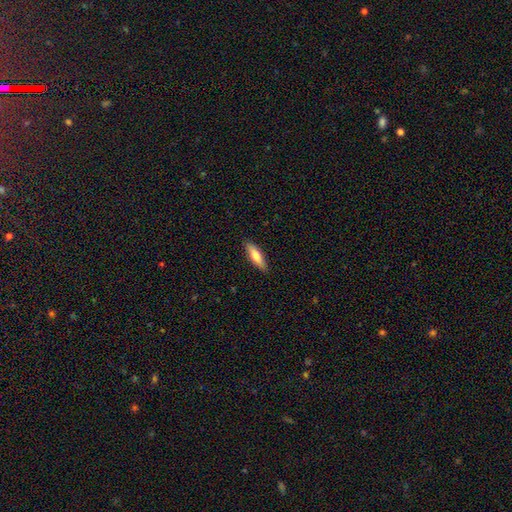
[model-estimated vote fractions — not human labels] A smooth galaxy with no disk features (69%) that is cigar-shaped (55%).

Vote fractions:
- Smooth or featured? smooth: 69% / featured or disk: 26% / star or artifact: 6%
- How rounded? cigar-shaped: 55% / in between: 43% / round: 2%
- Merging? none: 89% / minor disturbance: 8% / major disturbance: 2% / merger: 1%